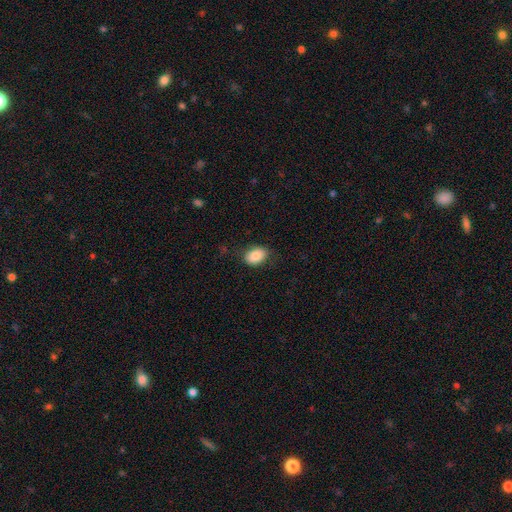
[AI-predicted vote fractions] Smooth or featured?
  - smooth: 86% *
  - star or artifact: 8%
  - featured or disk: 7%
How rounded?
  - in between: 81% *
  - round: 18%
  - cigar-shaped: 1%
Merging?
  - none: 79% *
  - minor disturbance: 16%
  - major disturbance: 4%
  - merger: 1%